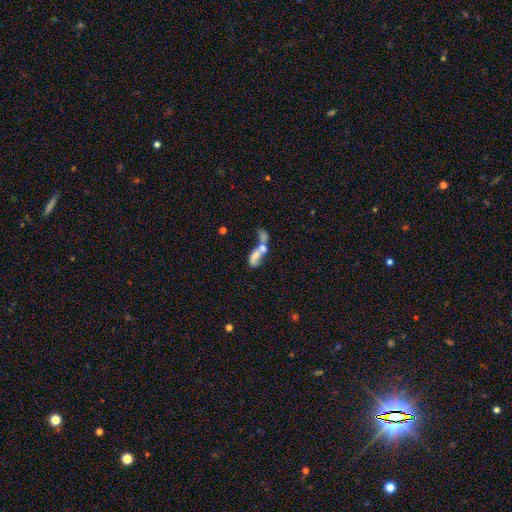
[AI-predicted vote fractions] smooth-or-featured: smooth: 48% | featured or disk: 40% | star or artifact: 11%
  merging: merger: 69% | major disturbance: 13% | none: 12% | minor disturbance: 6%